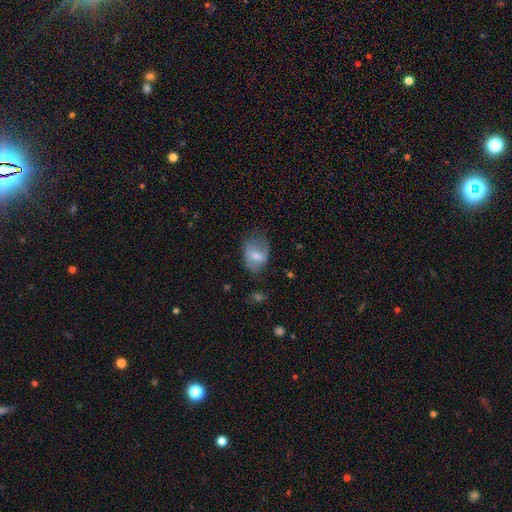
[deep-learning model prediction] Overall: smooth (59%; featured or disk 34%). How rounded: in between (78%). Merging: none (48%; minor disturbance 32%).